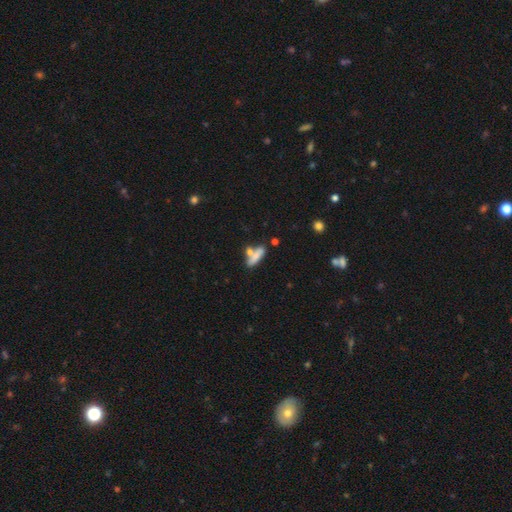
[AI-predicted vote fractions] The model was most divided on "how rounded" (2-way tie): cigar-shaped: 48%, in between: 48%, round: 4%. Remaining: smooth or featured — smooth (72%); merging — none (47%).